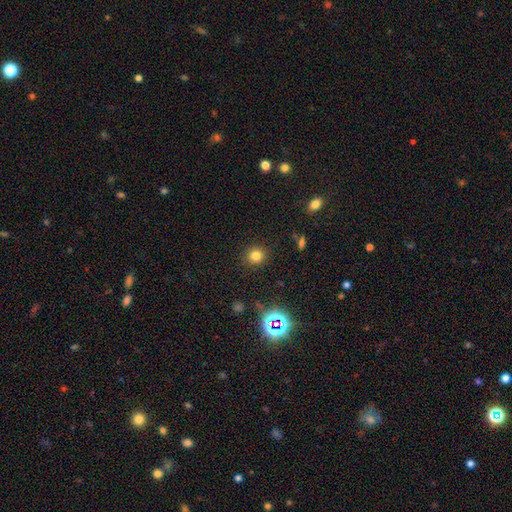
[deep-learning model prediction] smooth_or_featured: smooth (p=0.77) [alt: star or artifact p=0.17]
how_rounded: round (p=0.89) [alt: in between p=0.10]
merging: none (p=0.89) [alt: minor disturbance p=0.07]